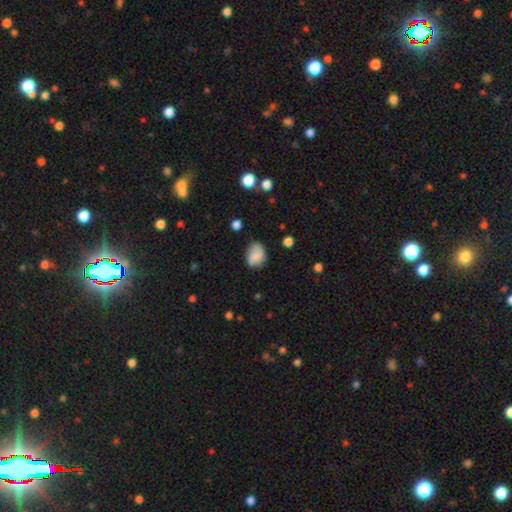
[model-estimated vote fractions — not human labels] Overall: smooth (70%). How rounded: in between (57%; round 42%). Merging: none (57%; minor disturbance 30%).